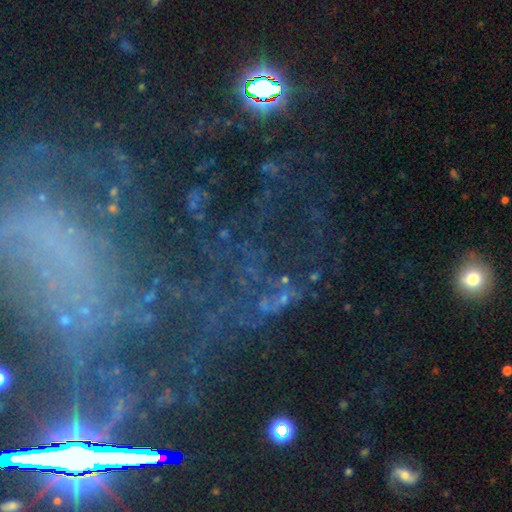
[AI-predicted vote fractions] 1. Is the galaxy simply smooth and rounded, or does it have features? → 67% star or artifact, 21% featured or disk, 12% smooth.